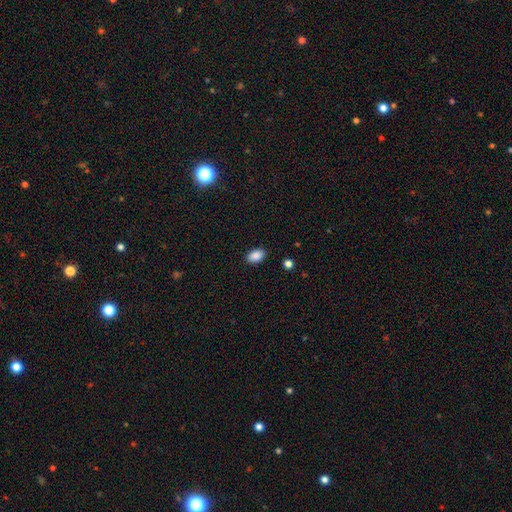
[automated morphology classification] type=smooth (88%); roundness=in between (89%); merging=none (88%).